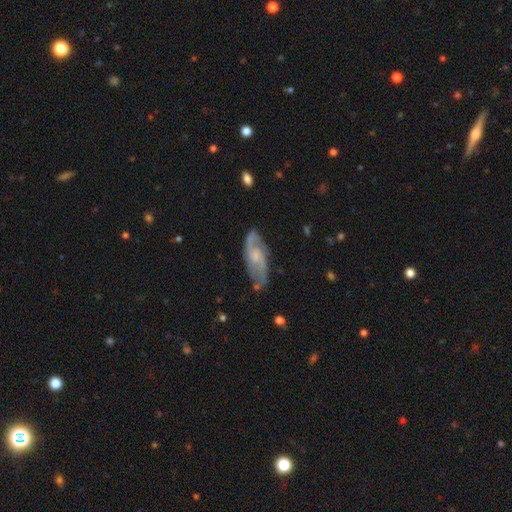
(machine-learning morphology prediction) This is likely a featured or disk galaxy (76%). It is clearly not viewed edge-on (89%). Bar: possibly no (56%). Spiral arm pattern: clearly yes (92%). Spiral arm count: likely 2 (74%). Spiral winding: possibly medium (49%). Central bulge: marginally small (42%). Merging: likely none (74%).